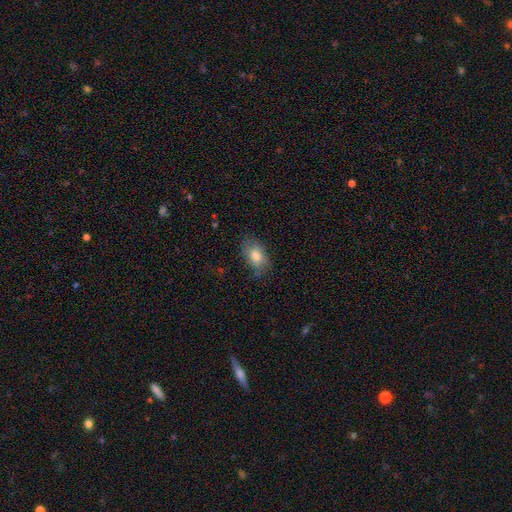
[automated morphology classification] smooth-or-featured: smooth: 79% | featured or disk: 13% | star or artifact: 8%
  how-rounded: in between: 89% | round: 9% | cigar-shaped: 2%
  merging: none: 73% | minor disturbance: 20% | major disturbance: 5% | merger: 1%